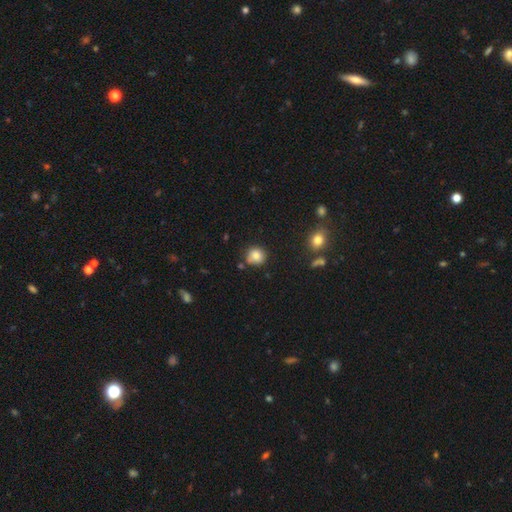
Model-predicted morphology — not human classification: This appears to be a smooth galaxy with no disk features (81%) that is round (88%). Merging: none (75%).